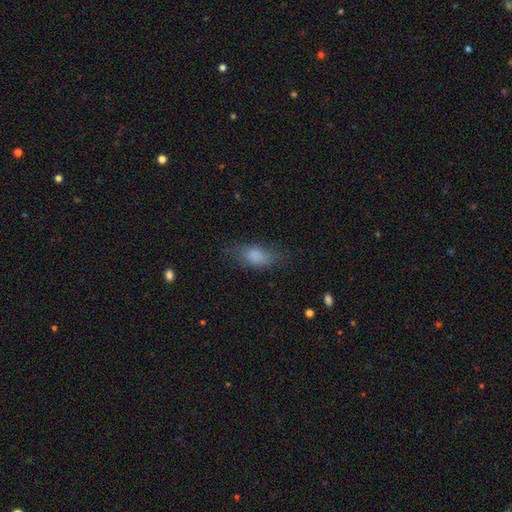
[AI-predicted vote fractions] Morphology: type=smooth (79%); roundness=in between (84%); merging=none (64%).